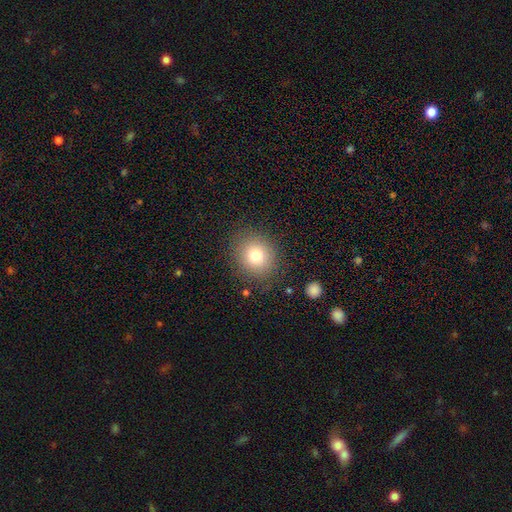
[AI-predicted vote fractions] A smooth galaxy with no disk features (78%) that is round (73%). Merging: none (83%).